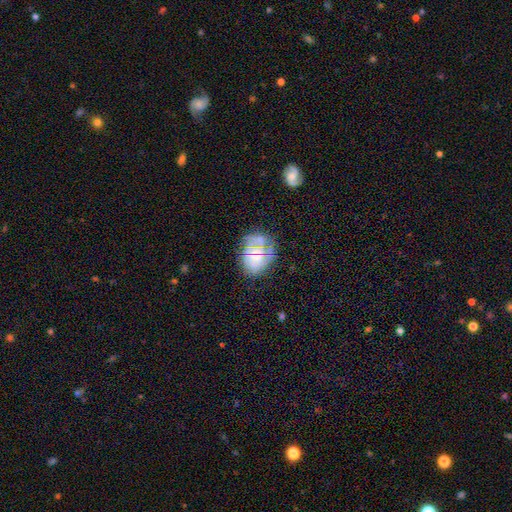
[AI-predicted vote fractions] Overall: featured or disk (58%; smooth 30%). Edge-on disk: no (98%). Bar: no (74%). Spiral arms: yes (64%; no 36%). Bulge size: small (48%; moderate 36%). Merging: none (58%; minor disturbance 22%).